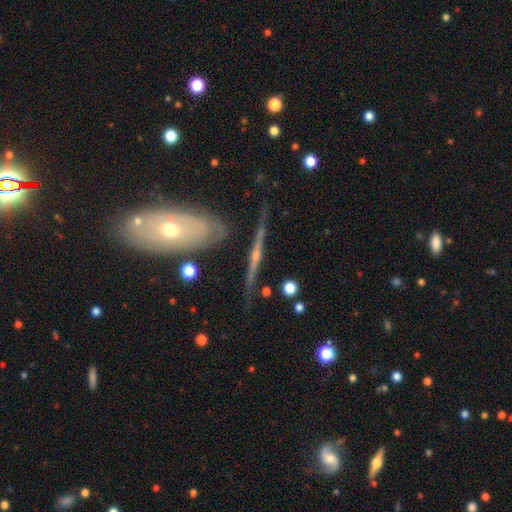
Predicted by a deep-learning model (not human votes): A featured or disk galaxy (78%) viewed edge-on (94%) with a rounded central bulge (76%). Merging: none (79%).